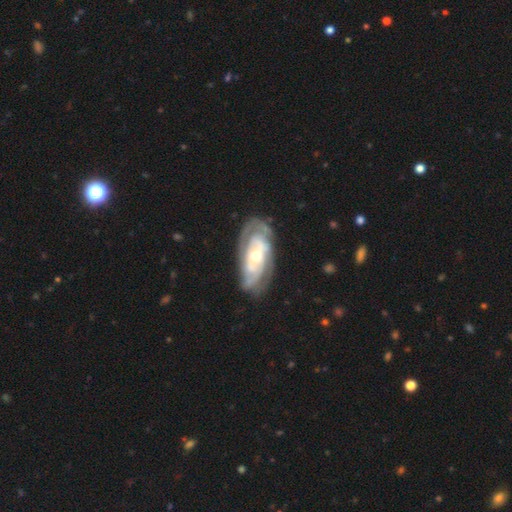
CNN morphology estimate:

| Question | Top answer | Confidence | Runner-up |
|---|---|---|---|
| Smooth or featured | featured or disk | 81% | smooth (14%) |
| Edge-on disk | no | 93% | yes (7%) |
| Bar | no | 70% | weak (22%) |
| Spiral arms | yes | 86% | no (14%) |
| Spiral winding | tight | 66% | medium (26%) |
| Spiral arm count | can't tell | 40% | 2 (32%) |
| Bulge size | moderate | 65% | small (28%) |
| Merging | none | 71% | minor disturbance (20%) |